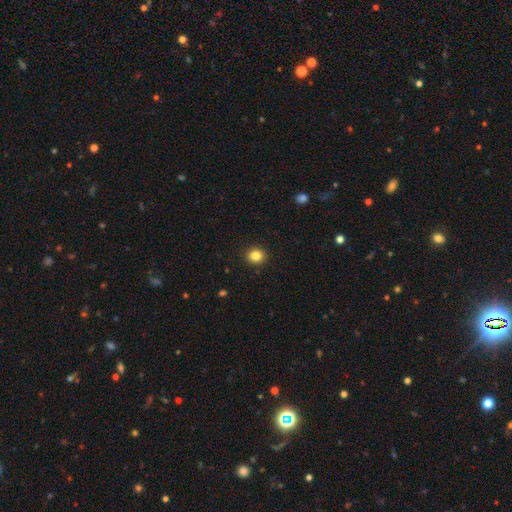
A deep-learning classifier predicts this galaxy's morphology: Q: Smooth or featured?
A: smooth (84%); runner-up: star or artifact (11%)
Q: How rounded?
A: round (83%); runner-up: in between (16%)
Q: Merging?
A: none (92%); runner-up: minor disturbance (5%)